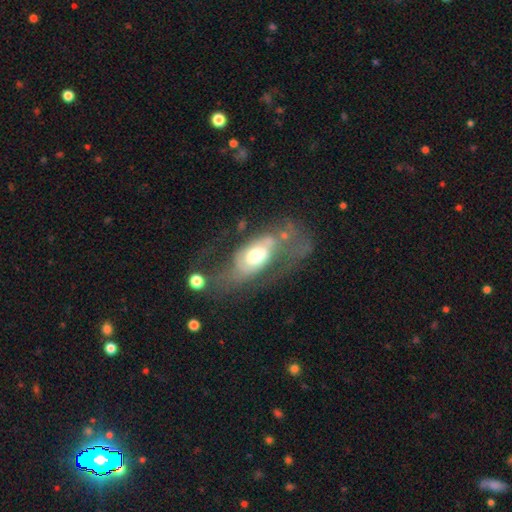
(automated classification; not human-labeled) Smooth or featured? Predicted: featured or disk (p=0.61). Edge-on disk? Predicted: no (p=0.91). Bar? Predicted: no (p=0.70). Spiral arms? Predicted: yes (p=0.61). Bulge size? Predicted: moderate (p=0.57). Merging? Predicted: major disturbance (p=0.45).